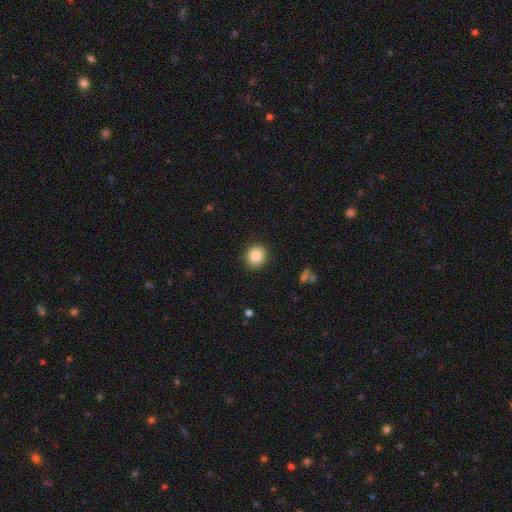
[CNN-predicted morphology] Q: Smooth or featured?
A: smooth (87%); runner-up: star or artifact (9%)
Q: How rounded?
A: round (81%); runner-up: in between (18%)
Q: Merging?
A: none (89%); runner-up: minor disturbance (8%)